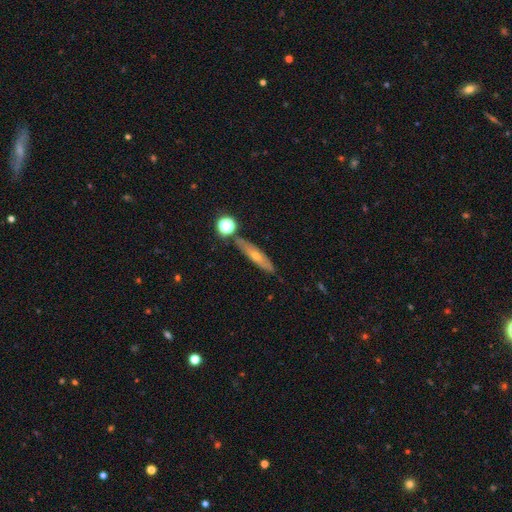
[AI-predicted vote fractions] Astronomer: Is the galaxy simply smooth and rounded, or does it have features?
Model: featured or disk — 46% (runner-up: smooth, 44%).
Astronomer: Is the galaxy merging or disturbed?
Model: none — 79%.